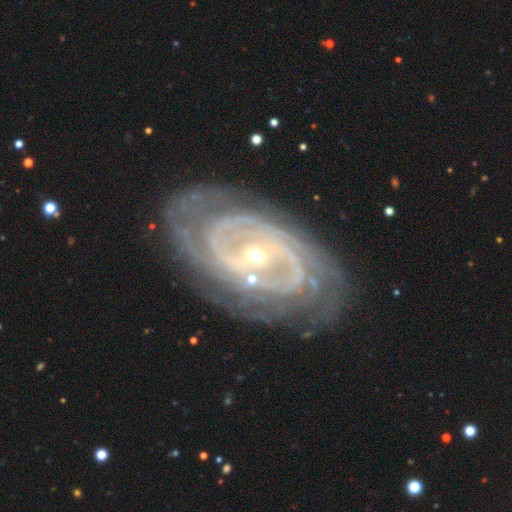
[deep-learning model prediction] A featured or disk galaxy (90%) with no bar (41%), 2 (38%) tight (68%) spiral arms (96%) and a small central bulge (70%). Merging: none (76%).